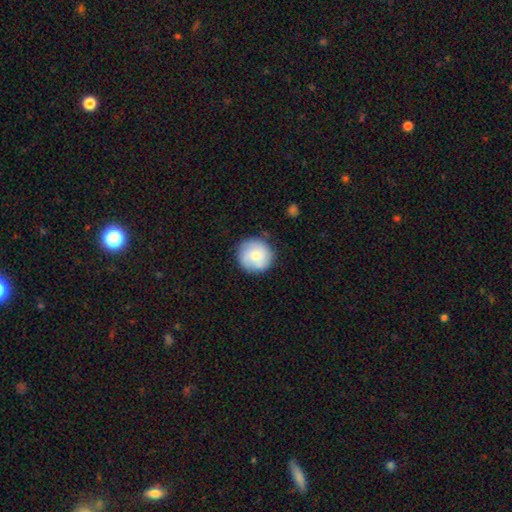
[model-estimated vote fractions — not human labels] smooth 67%, featured or disk 26%, star or artifact 7%. Down the decision tree: how rounded — round (94%); merging — none (82%).